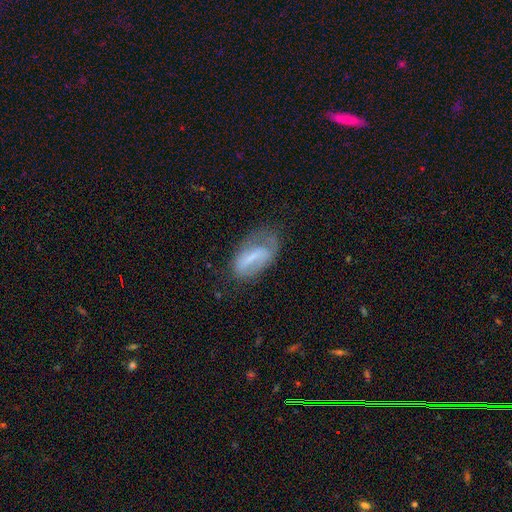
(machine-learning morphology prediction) Smooth or featured? featured or disk (50%)
Merging? none (53%)